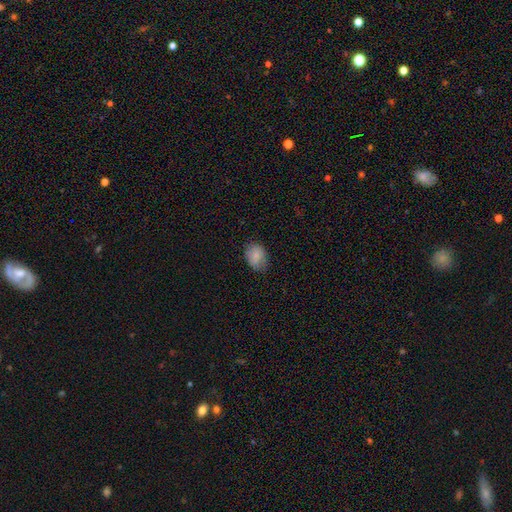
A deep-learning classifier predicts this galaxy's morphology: smooth-or-featured: smooth: 85% | star or artifact: 8% | featured or disk: 7%
  how-rounded: in between: 69% | round: 30% | cigar-shaped: 1%
  merging: none: 76% | minor disturbance: 19% | major disturbance: 4% | merger: 1%